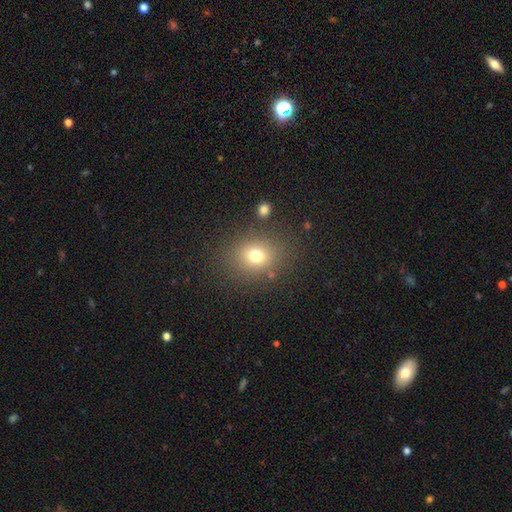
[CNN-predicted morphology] This appears to be a smooth galaxy with no disk features (74%) that is round (63%). Merging: none (81%).